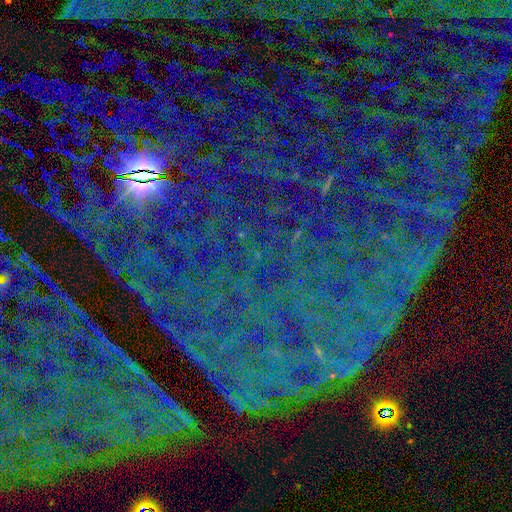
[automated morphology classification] Smooth or featured? star or artifact (84%)